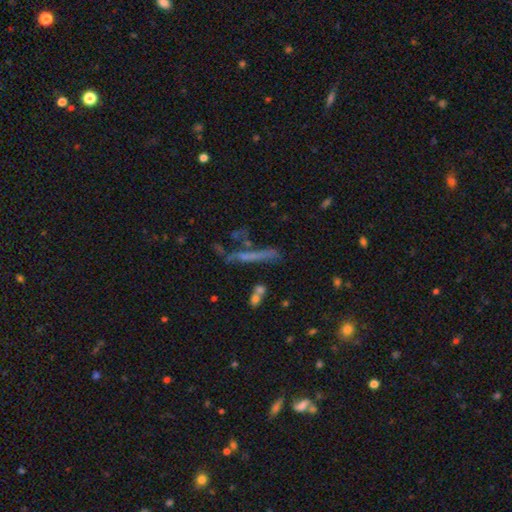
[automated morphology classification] Q: Smooth or featured?
A: featured or disk (38%); runner-up: smooth (33%)
Q: Merging?
A: none (64%); runner-up: minor disturbance (15%)